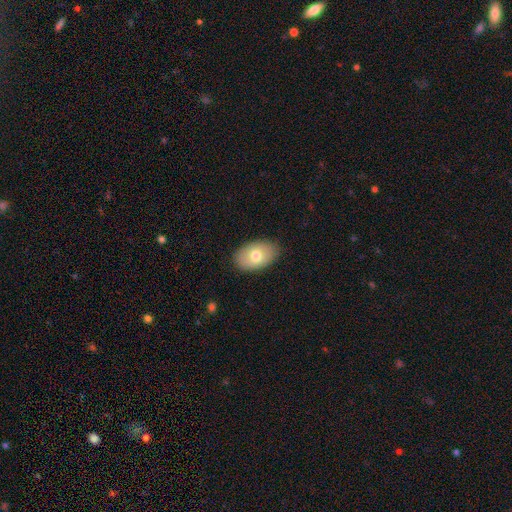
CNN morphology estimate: A smooth galaxy with no disk features (73%) that is in between round and cigar-shaped (90%).

Vote fractions:
- Smooth or featured? smooth: 73% / featured or disk: 20% / star or artifact: 7%
- How rounded? in between: 90% / round: 8% / cigar-shaped: 1%
- Merging? none: 85% / minor disturbance: 12% / major disturbance: 2% / merger: 1%